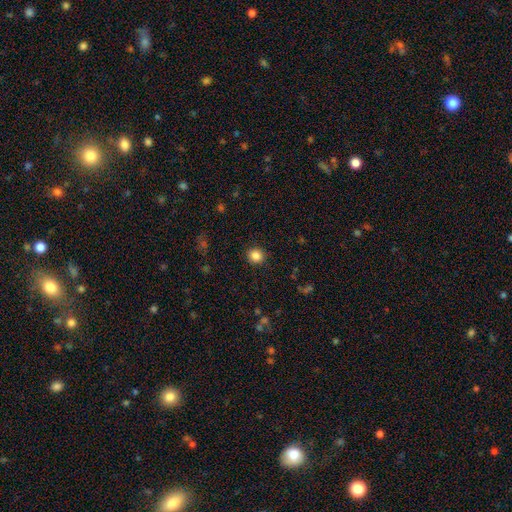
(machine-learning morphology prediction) A smooth galaxy with no disk features (86%) that is round (88%). Merging: none (91%).